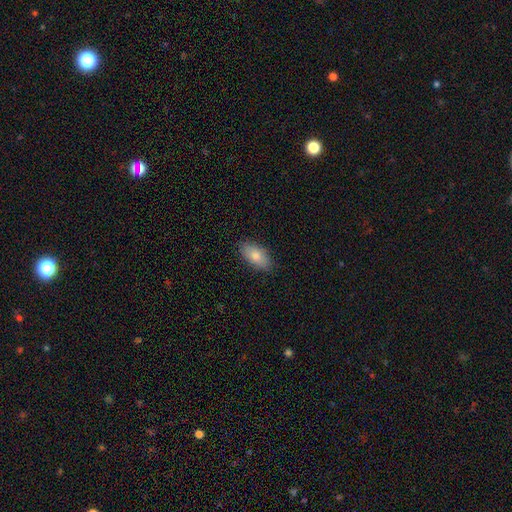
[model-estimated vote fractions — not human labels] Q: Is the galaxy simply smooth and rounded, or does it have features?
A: smooth — 81%.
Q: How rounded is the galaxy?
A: in between — 91%.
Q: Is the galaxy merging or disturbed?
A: none — 86%.